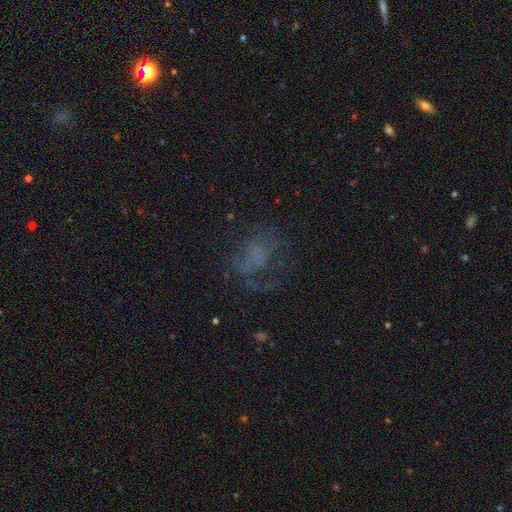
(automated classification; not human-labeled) smooth_or_featured: featured or disk (p=0.47) [alt: smooth p=0.29]
merging: none (p=0.43) [alt: major disturbance p=0.37]